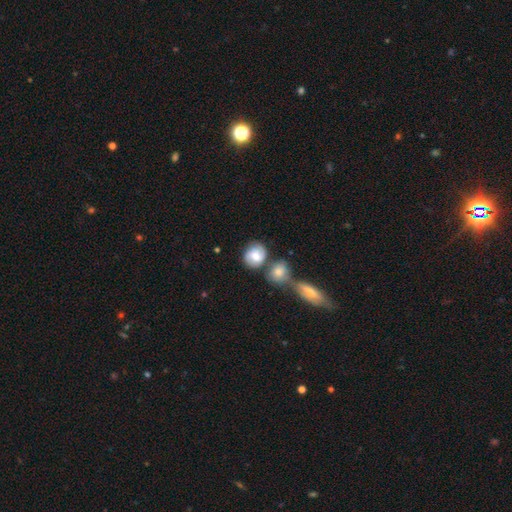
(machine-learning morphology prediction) This is possibly a smooth galaxy (57%). How rounded: likely round (67%). Merging: possibly none (57%).